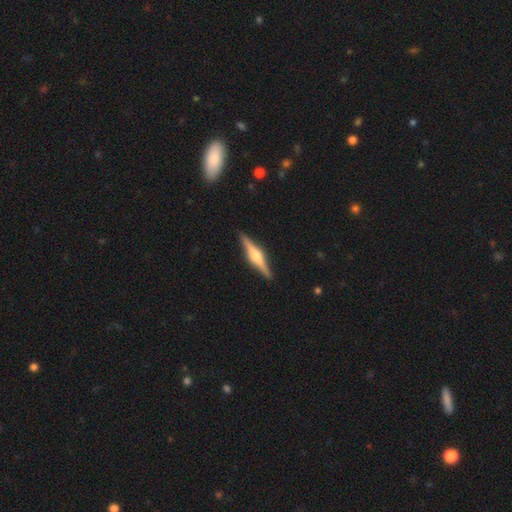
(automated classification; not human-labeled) Q: Smooth or featured?
A: featured or disk (76%); runner-up: smooth (19%)
Q: Edge-on disk?
A: yes (98%); runner-up: no (2%)
Q: Edge-on bulge?
A: rounded (88%); runner-up: boxy (8%)
Q: Merging?
A: none (91%); runner-up: minor disturbance (6%)